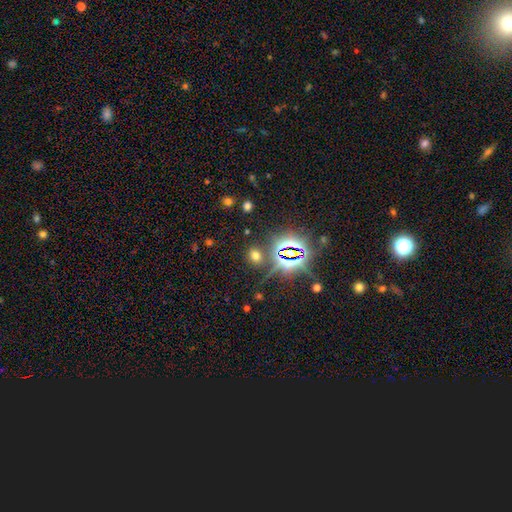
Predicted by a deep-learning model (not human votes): Q: Smooth or featured?
A: smooth (53%); runner-up: star or artifact (40%)
Q: How rounded?
A: round (58%); runner-up: in between (40%)
Q: Merging?
A: none (83%); runner-up: minor disturbance (8%)